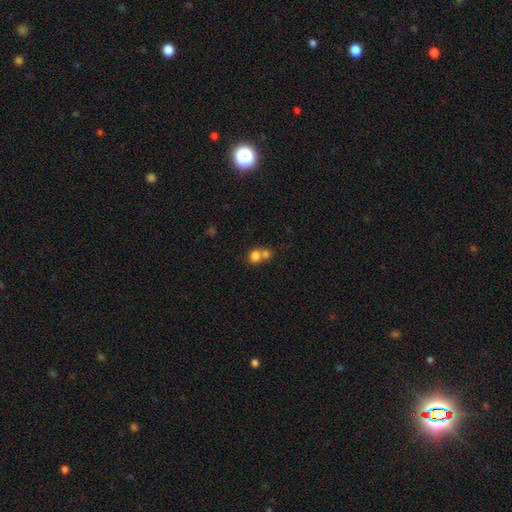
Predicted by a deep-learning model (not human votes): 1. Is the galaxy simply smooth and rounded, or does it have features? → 78% smooth, 11% featured or disk, 11% star or artifact.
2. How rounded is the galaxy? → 69% round, 30% in between, 1% cigar-shaped.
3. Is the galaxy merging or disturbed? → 58% merger, 33% none, 6% minor disturbance, 3% major disturbance.